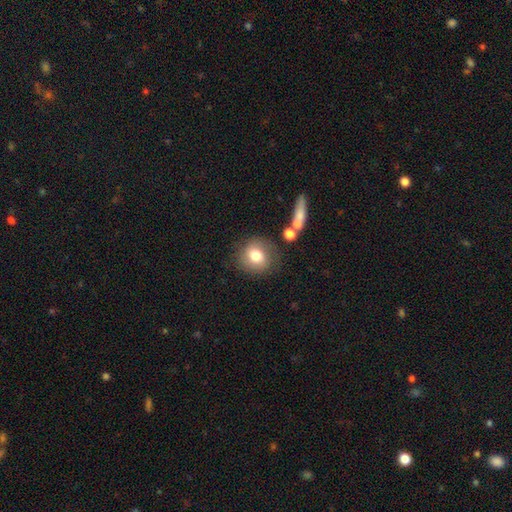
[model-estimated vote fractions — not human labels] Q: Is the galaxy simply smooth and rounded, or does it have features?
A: smooth — 76%.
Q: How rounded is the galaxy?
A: round — 83%.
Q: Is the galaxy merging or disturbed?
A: none — 77%.